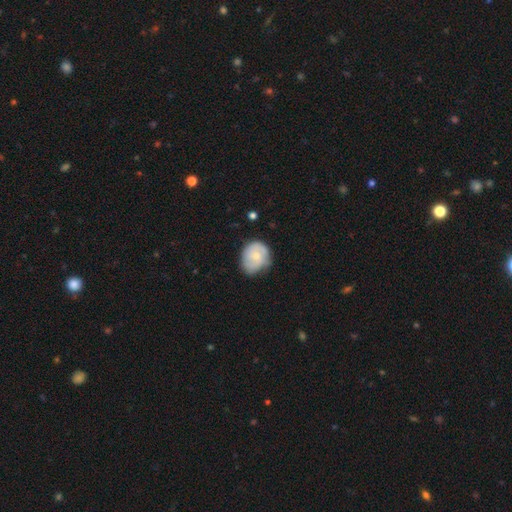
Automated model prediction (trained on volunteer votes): smooth_or_featured: smooth (p=0.48) [alt: featured or disk p=0.45]
merging: none (p=0.63) [alt: minor disturbance p=0.28]